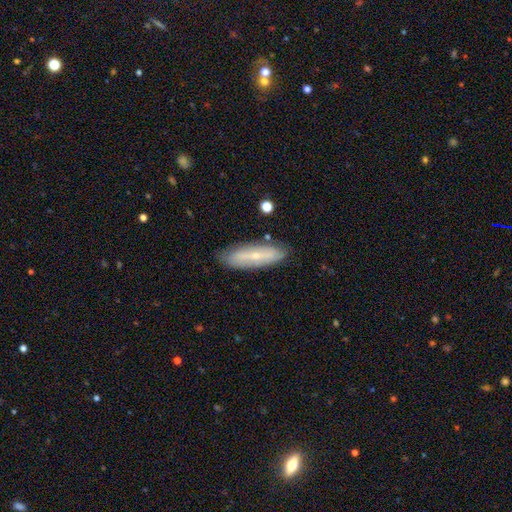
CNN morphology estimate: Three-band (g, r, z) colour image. It shows a featured or disk galaxy (51%). Merging: none (83%).